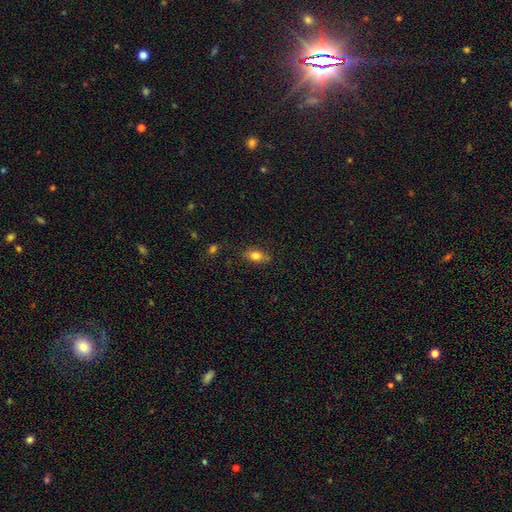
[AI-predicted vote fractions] Smooth or featured: smooth — 81% (star or artifact — 10%)
How rounded: in between — 81% (round — 15%)
Merging: none — 74% (minor disturbance — 18%)